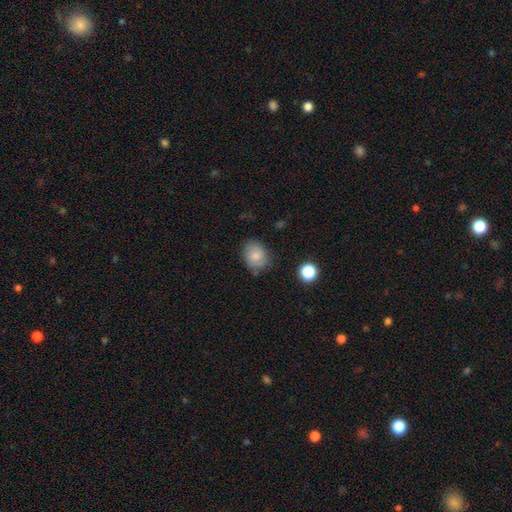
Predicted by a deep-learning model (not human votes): A smooth galaxy with no disk features (75%) that is round (53%). Merging: none (72%).